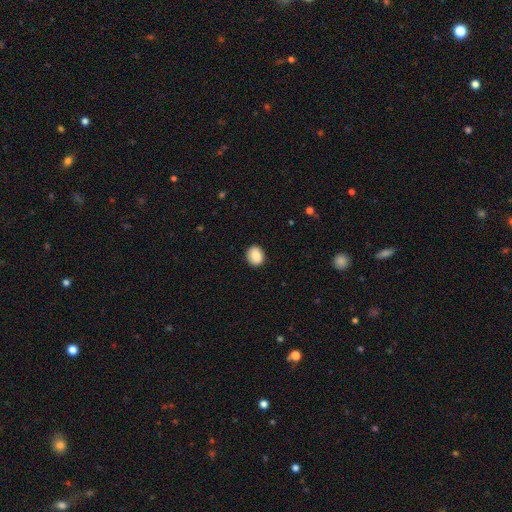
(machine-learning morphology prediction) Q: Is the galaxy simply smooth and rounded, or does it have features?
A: smooth — 87%.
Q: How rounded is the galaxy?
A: round — 62%.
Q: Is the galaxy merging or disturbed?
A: none — 89%.